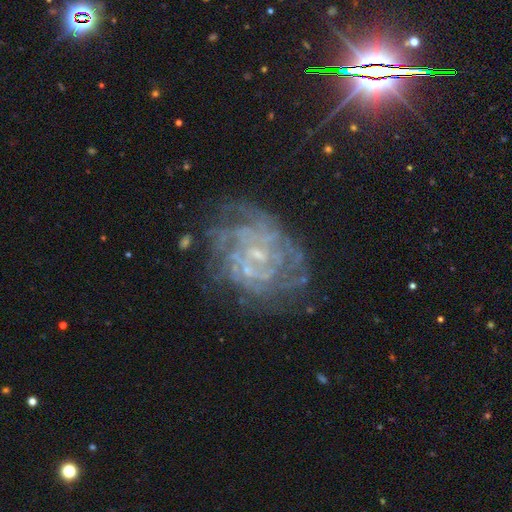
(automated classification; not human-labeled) This appears to be a featured or disk galaxy (80%) with no bar (54%), tight (65%) spiral arms (85%) and a small central bulge (68%). Merging: none (61%).